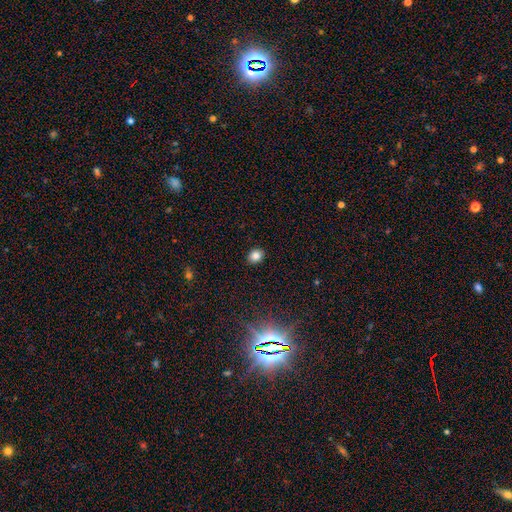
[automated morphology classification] Q: Smooth or featured?
A: smooth (83%); runner-up: star or artifact (11%)
Q: How rounded?
A: round (52%); runner-up: in between (47%)
Q: Merging?
A: none (90%); runner-up: minor disturbance (7%)